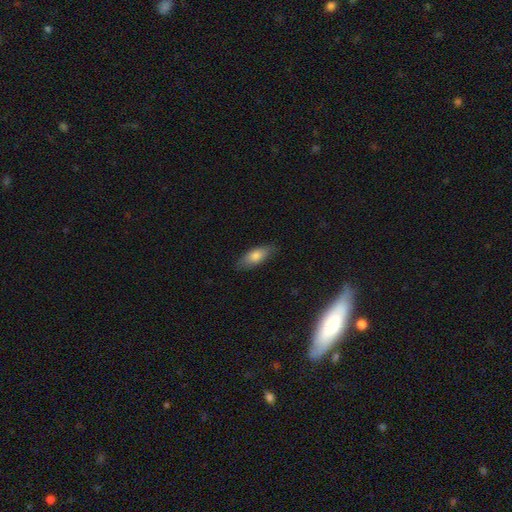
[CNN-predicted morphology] smooth_or_featured: smooth (p=0.80) [alt: featured or disk p=0.14]
how_rounded: in between (p=0.80) [alt: cigar-shaped p=0.18]
merging: none (p=0.81) [alt: minor disturbance p=0.15]